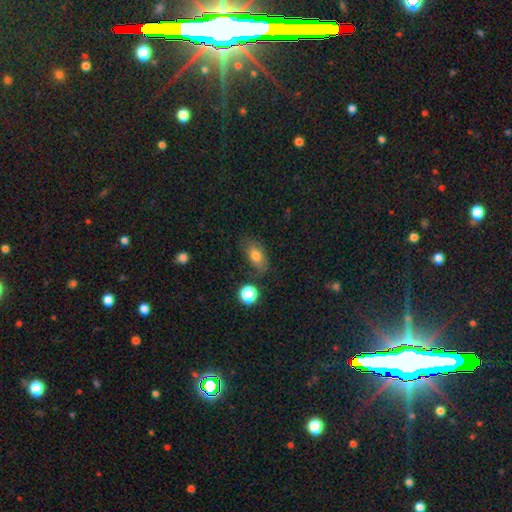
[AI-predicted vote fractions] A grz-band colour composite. It shows a smooth galaxy with no disk features (71%) that is in between round and cigar-shaped (85%). Merging: none (69%).